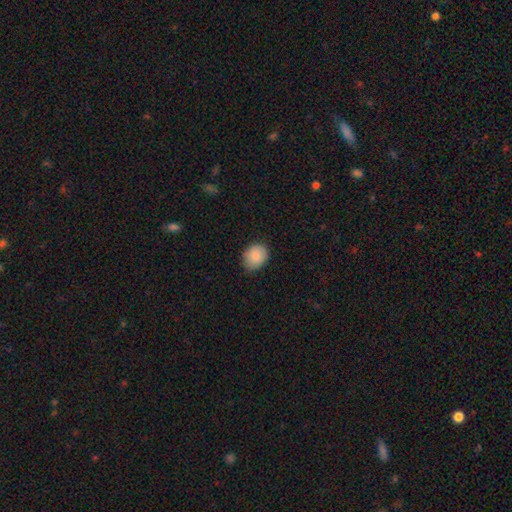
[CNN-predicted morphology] smooth 86%, star or artifact 7%, featured or disk 7%. Down the decision tree: how rounded — round (55%); merging — none (78%).